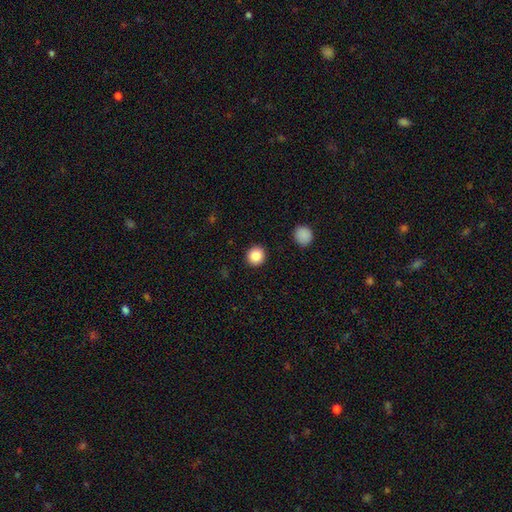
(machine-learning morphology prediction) smooth-or-featured: smooth: 86% | star or artifact: 10% | featured or disk: 4%
  how-rounded: round: 90% | in between: 9% | cigar-shaped: 1%
  merging: none: 92% | minor disturbance: 5% | major disturbance: 2% | merger: 1%